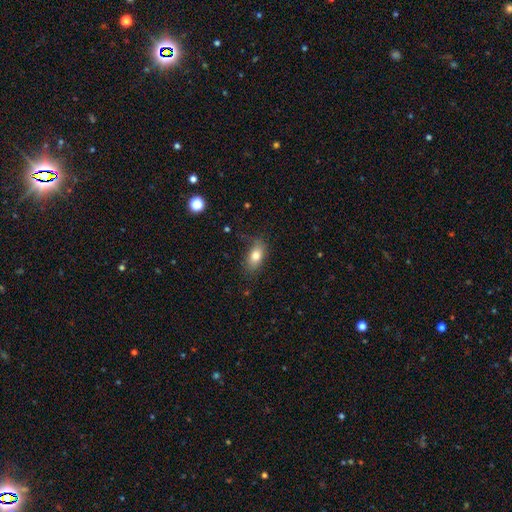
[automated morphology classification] type=smooth (79%); roundness=in between (88%); merging=none (69%).